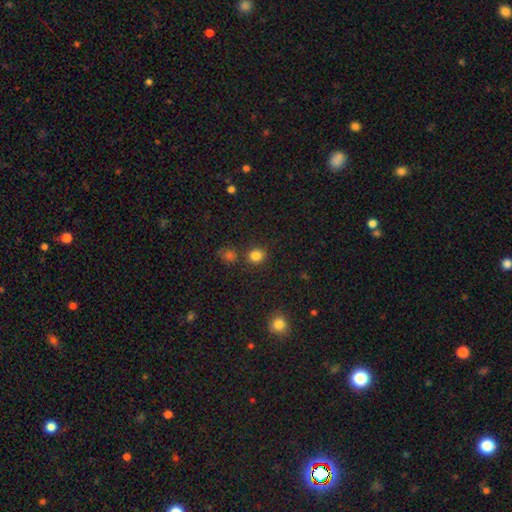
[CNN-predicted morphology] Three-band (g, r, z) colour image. It shows a smooth galaxy with no disk features (83%) that is round (71%). Merging: none (82%).